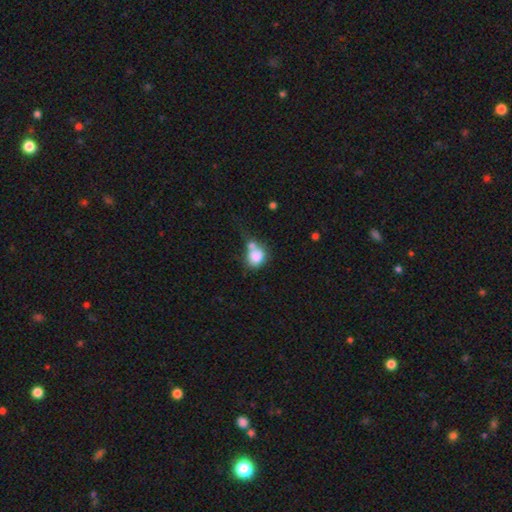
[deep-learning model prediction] Smooth or featured? smooth (79%)
How rounded? round (64%)
Merging? merger (47%)